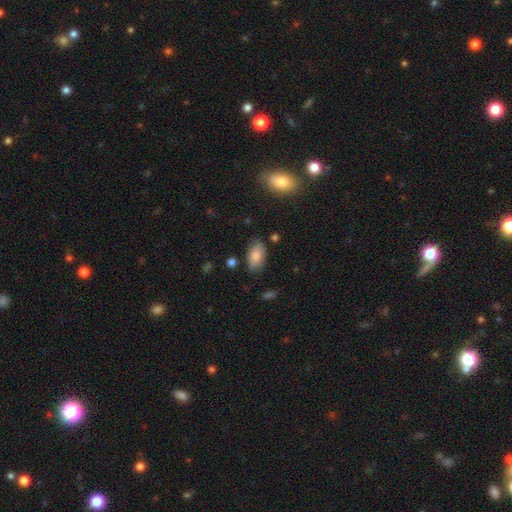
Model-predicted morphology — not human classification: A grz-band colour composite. It shows a smooth galaxy with no disk features (82%) that is in between round and cigar-shaped (92%). Merging: none (79%).